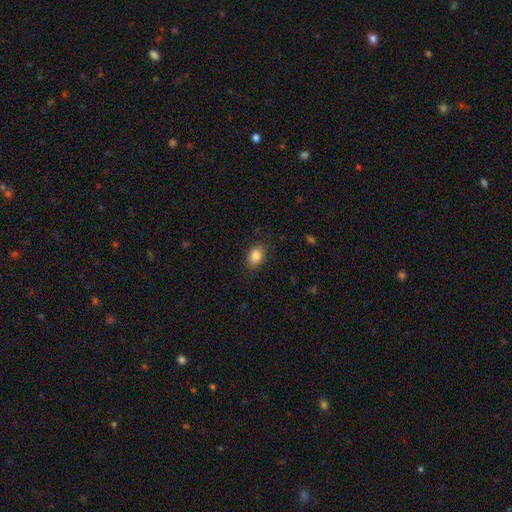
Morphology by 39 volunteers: smooth_or_featured: smooth (p=0.82) [alt: featured or disk p=0.10]
how_rounded: in between (p=0.94) [alt: round p=0.06]
merging: none (p=0.81) [alt: minor disturbance p=0.17]